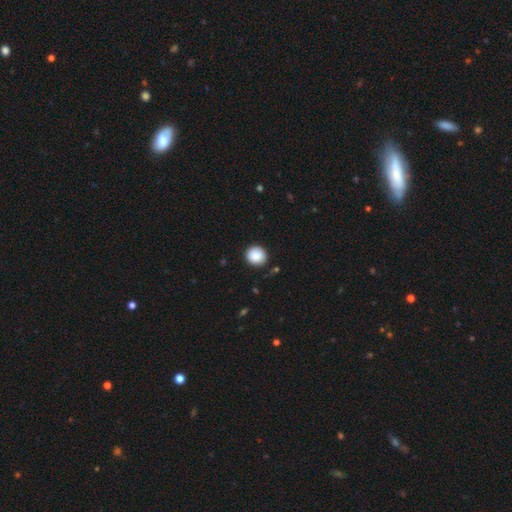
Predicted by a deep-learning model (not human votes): This appears to be a smooth galaxy with no disk features (88%) that is round (91%). Merging: none (87%).